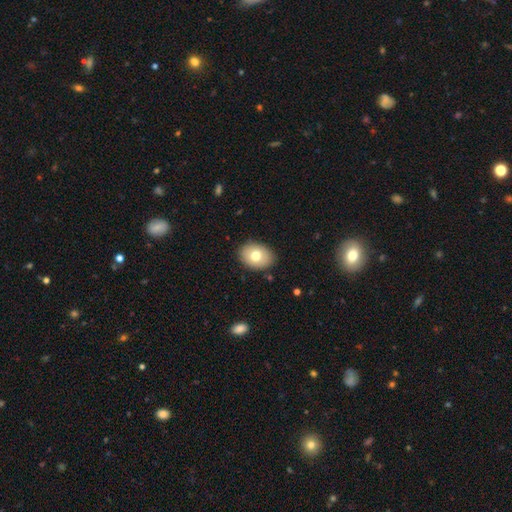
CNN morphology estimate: The model was most divided on "how rounded": in between: 75%, round: 24%, cigar-shaped: 1%. More confident: merging — none (87%); smooth or featured — smooth (75%).